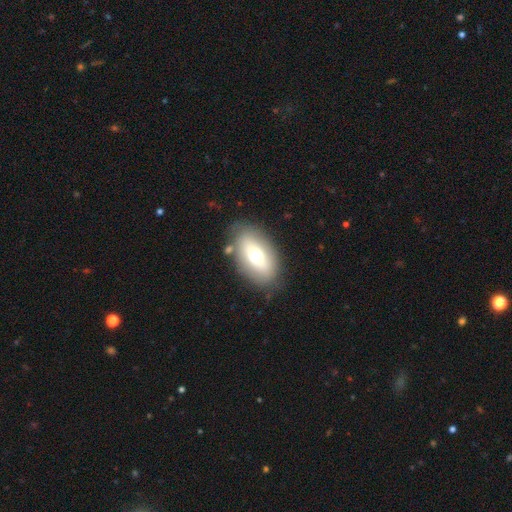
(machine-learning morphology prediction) The model was most divided on "smooth or featured": smooth: 62%, featured or disk: 29%, star or artifact: 9%. More confident: how rounded — in between (88%); merging — none (78%).